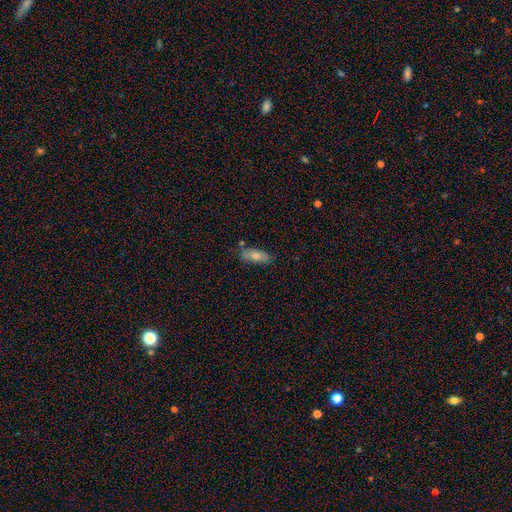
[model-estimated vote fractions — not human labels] This appears to be a smooth galaxy with no disk features (75%) that is in between round and cigar-shaped (78%). Merging: none (66%).